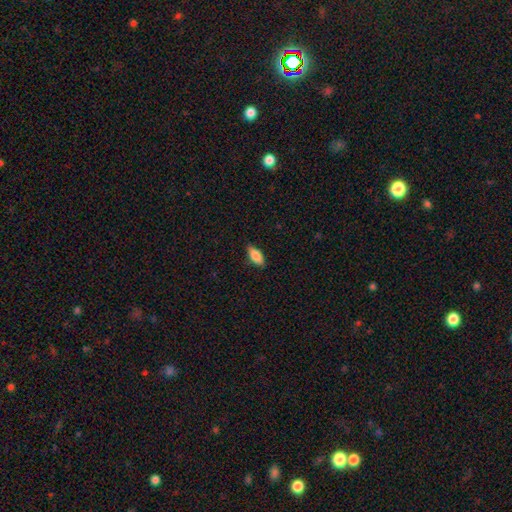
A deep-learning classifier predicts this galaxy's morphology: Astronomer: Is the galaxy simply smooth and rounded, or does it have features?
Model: smooth — 82%.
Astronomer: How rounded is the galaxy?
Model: in between — 82%.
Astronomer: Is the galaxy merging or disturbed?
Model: none — 86%.